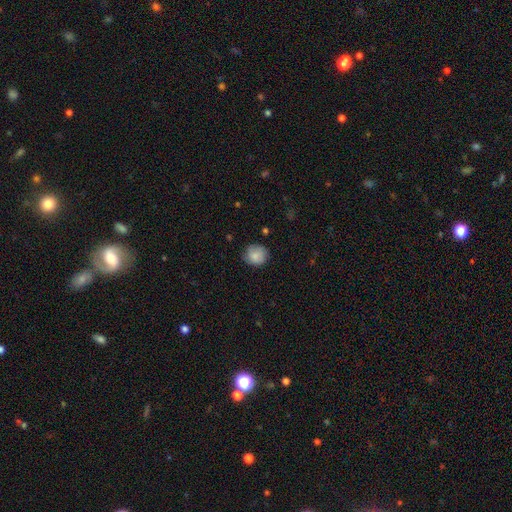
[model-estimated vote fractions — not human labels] A smooth galaxy with no disk features (83%) that is round (84%).

Vote fractions:
- Smooth or featured? smooth: 83% / featured or disk: 10% / star or artifact: 7%
- How rounded? round: 84% / in between: 15% / cigar-shaped: 1%
- Merging? none: 78% / minor disturbance: 18% / major disturbance: 3% / merger: 1%